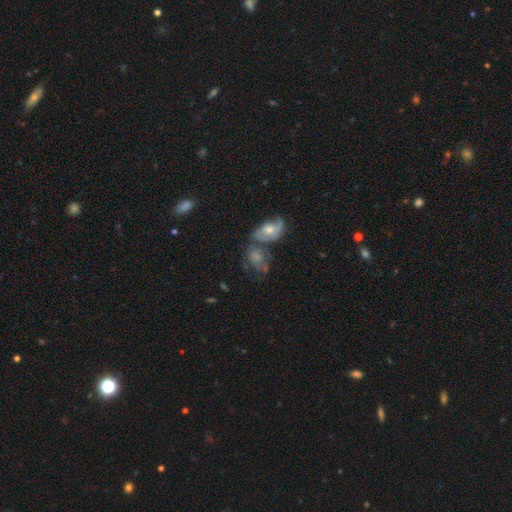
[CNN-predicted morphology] featured or disk 51%, smooth 32%, star or artifact 16%. Down the decision tree: edge-on disk — no (94%); merging — merger (41%).